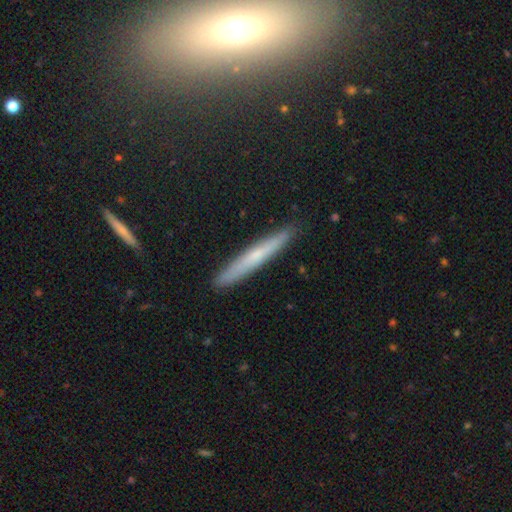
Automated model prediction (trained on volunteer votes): smooth-or-featured: smooth: 50% | featured or disk: 42% | star or artifact: 7%
  how-rounded: cigar-shaped: 96% | in between: 2% | round: 1%
  merging: none: 90% | minor disturbance: 7% | major disturbance: 1% | merger: 1%